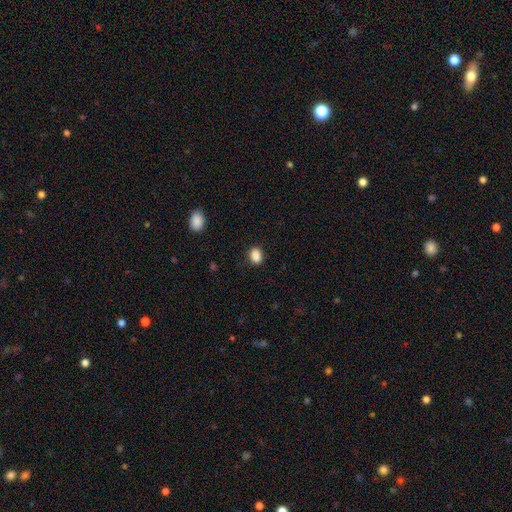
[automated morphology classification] This is clearly a smooth galaxy (88%). How rounded: likely in between (62%). Merging: clearly none (85%).